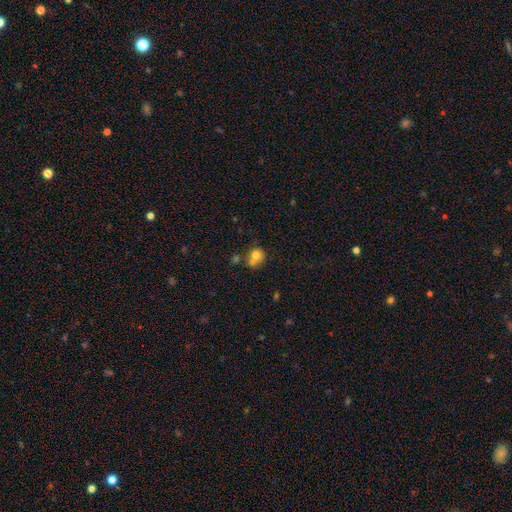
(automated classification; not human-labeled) Overall: smooth (73%). How rounded: round (79%). Merging: none (43%; merger 41%).